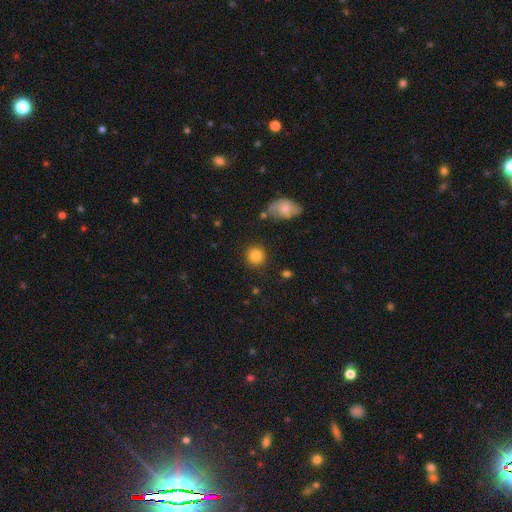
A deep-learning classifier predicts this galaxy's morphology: This appears to be a smooth galaxy with no disk features (84%) that is round (91%). Merging: none (88%).